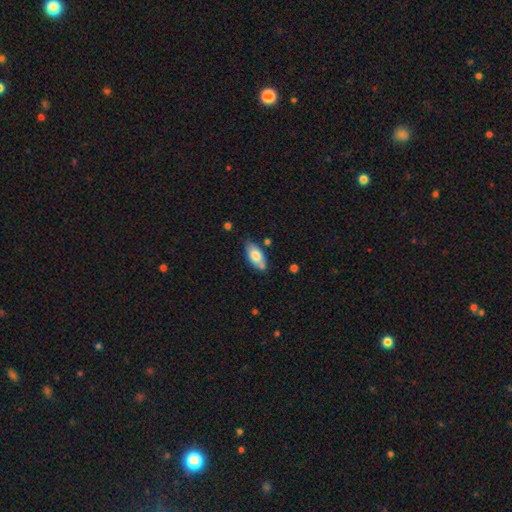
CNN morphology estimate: This is likely a smooth galaxy (73%). How rounded: clearly in between (89%). Merging: likely none (68%).